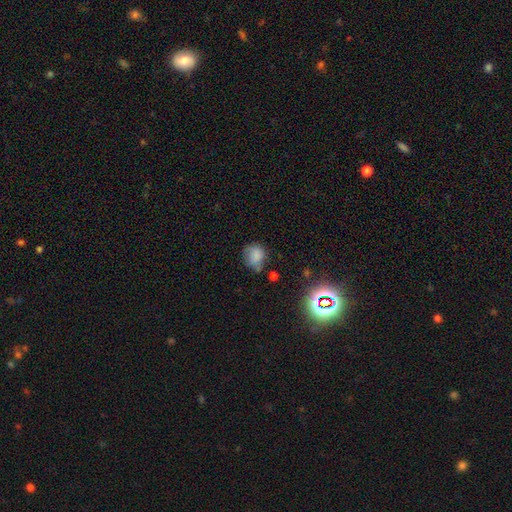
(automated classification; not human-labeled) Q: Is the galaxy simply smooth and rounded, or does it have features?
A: smooth — 75%.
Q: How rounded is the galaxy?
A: round — 62%.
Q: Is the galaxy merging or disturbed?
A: none — 51%.